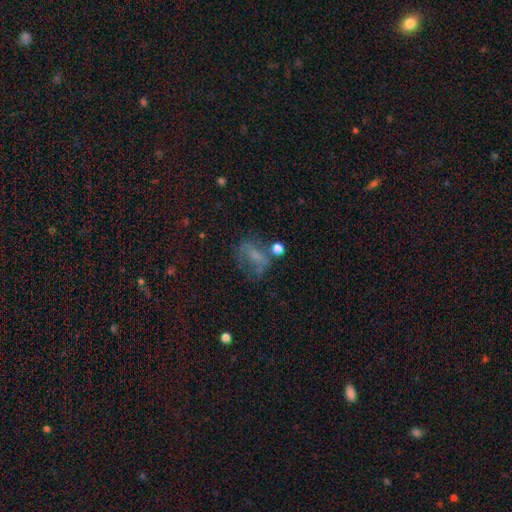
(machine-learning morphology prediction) The model was most divided on "smooth or featured": smooth: 43%, featured or disk: 36%, star or artifact: 21%. Remaining: merging — none (40%).